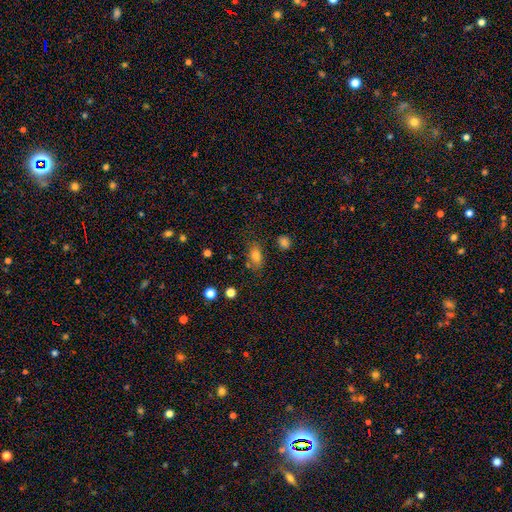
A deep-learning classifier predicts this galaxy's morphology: Smooth or featured? Predicted: smooth (p=0.79). How rounded? Predicted: in between (p=0.78). Merging? Predicted: none (p=0.70).